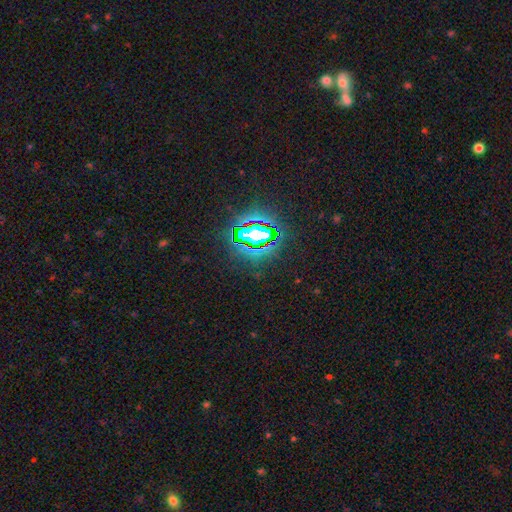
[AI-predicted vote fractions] star or artifact 81%, smooth 13%, featured or disk 7%.